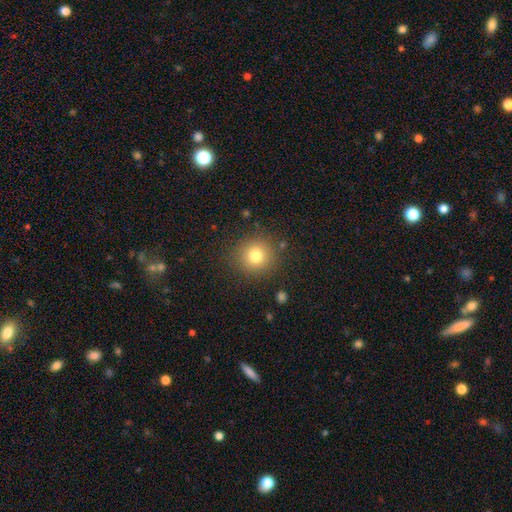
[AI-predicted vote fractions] This is likely a smooth galaxy (78%). How rounded: clearly round (93%). Merging: clearly none (87%).